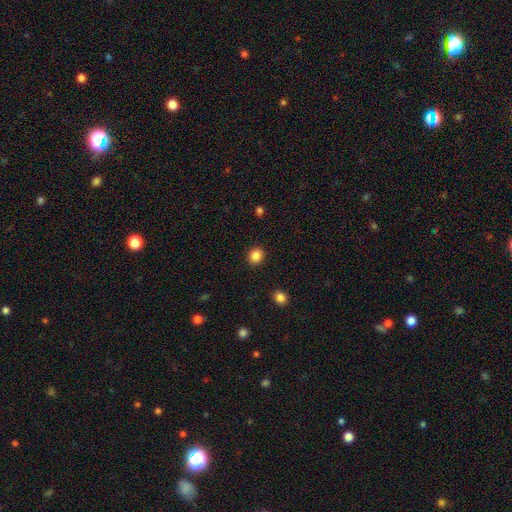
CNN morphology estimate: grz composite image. It shows a smooth galaxy with no disk features (86%) that is round (67%). Merging: none (91%).